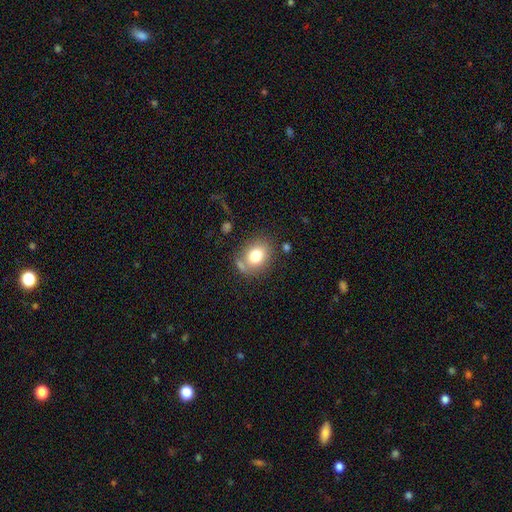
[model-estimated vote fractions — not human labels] Smooth or featured? smooth (77%)
How rounded? round (52%)
Merging? none (67%)